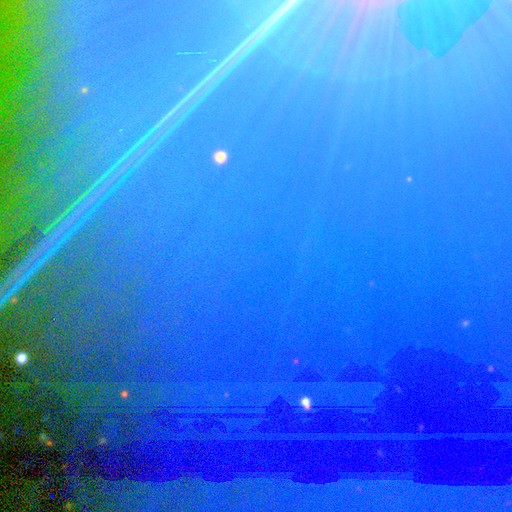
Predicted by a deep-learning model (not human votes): A star or artifact, not a galaxy (84%).